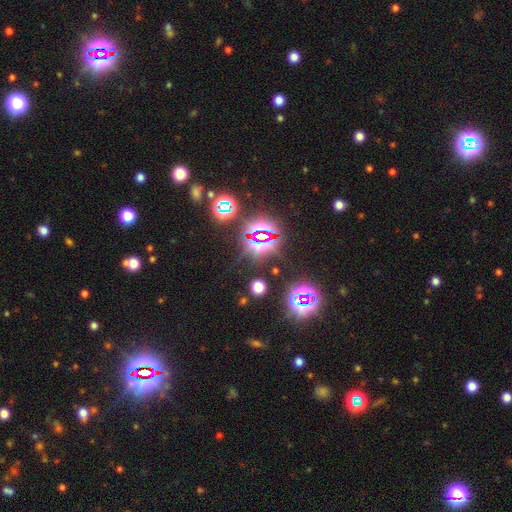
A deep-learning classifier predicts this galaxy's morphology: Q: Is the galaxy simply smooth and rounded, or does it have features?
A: star or artifact — 78%.